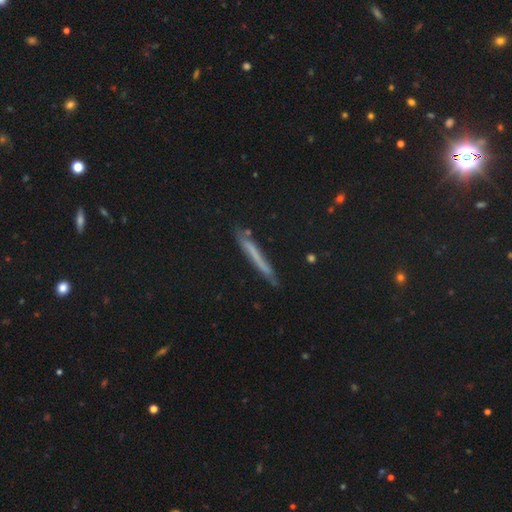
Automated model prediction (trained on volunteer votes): This appears to be a smooth galaxy with no disk features (51%) that is cigar-shaped (96%). Merging: none (79%).